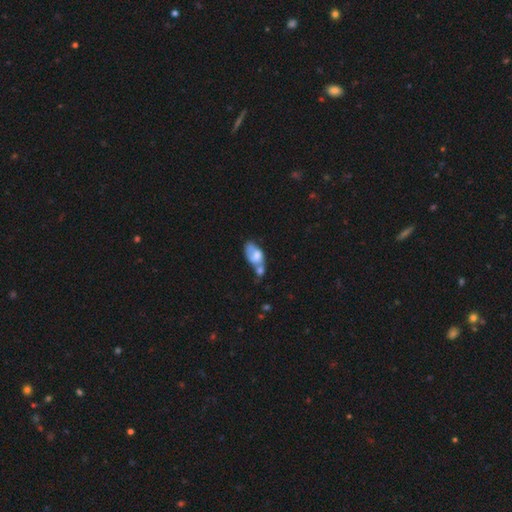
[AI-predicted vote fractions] smooth_or_featured: smooth (p=0.57) [alt: featured or disk p=0.34]
how_rounded: in between (p=0.89) [alt: round p=0.07]
merging: merger (p=0.53) [alt: none p=0.17]